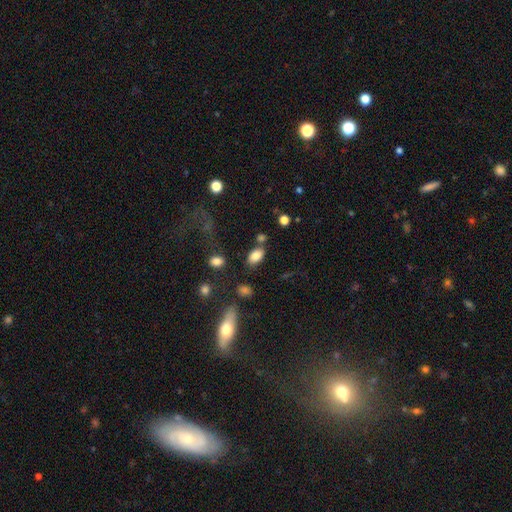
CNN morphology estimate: smooth-or-featured: smooth: 84% | star or artifact: 9% | featured or disk: 8%
  how-rounded: in between: 90% | round: 8% | cigar-shaped: 2%
  merging: none: 73% | minor disturbance: 13% | merger: 9% | major disturbance: 4%